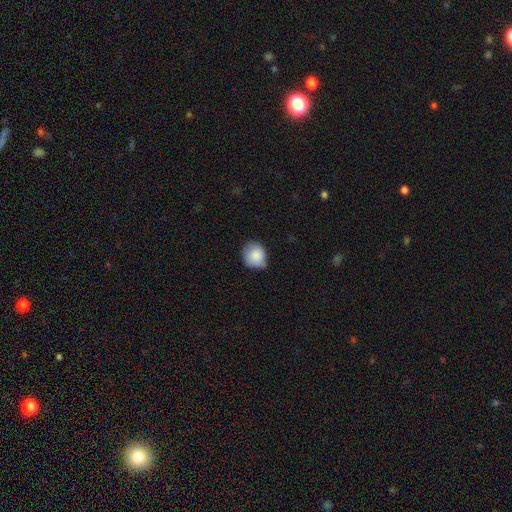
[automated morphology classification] Overall: smooth (86%). How rounded: round (70%). Merging: none (60%; minor disturbance 33%).